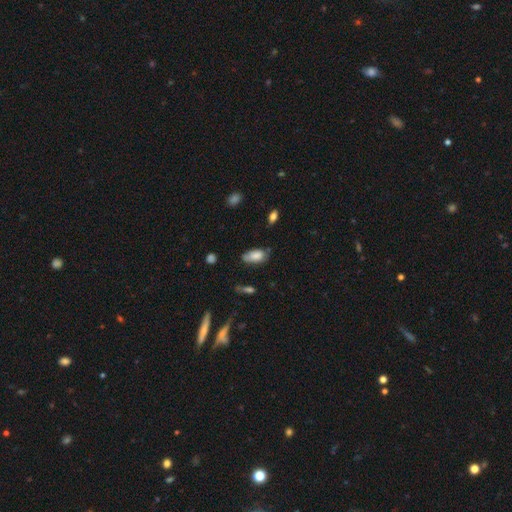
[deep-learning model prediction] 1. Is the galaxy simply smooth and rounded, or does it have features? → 80% smooth, 12% featured or disk, 8% star or artifact.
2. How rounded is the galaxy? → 92% in between, 5% cigar-shaped, 3% round.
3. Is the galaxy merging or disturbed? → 57% none, 32% minor disturbance, 8% major disturbance, 3% merger.